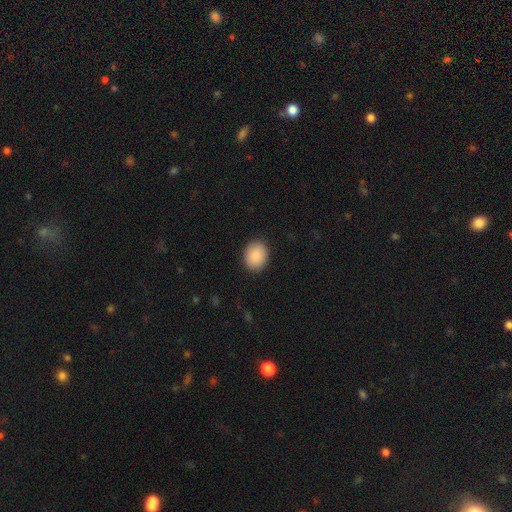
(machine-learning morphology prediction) A smooth galaxy with no disk features (89%) that is round (53%). Merging: none (90%).